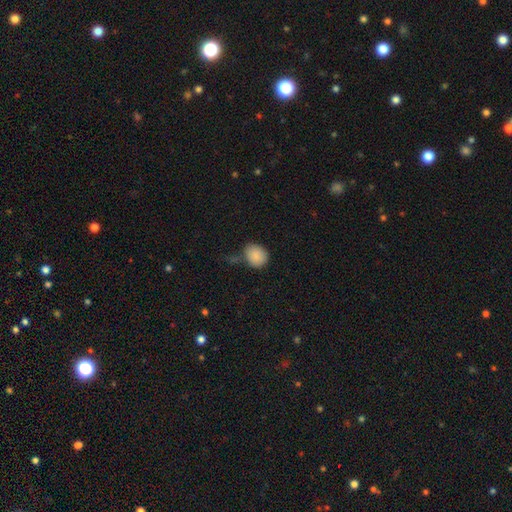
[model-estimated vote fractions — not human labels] The model was most divided on "how rounded": round: 63%, in between: 36%, cigar-shaped: 1%. More confident: smooth or featured — smooth (88%); merging — none (65%).